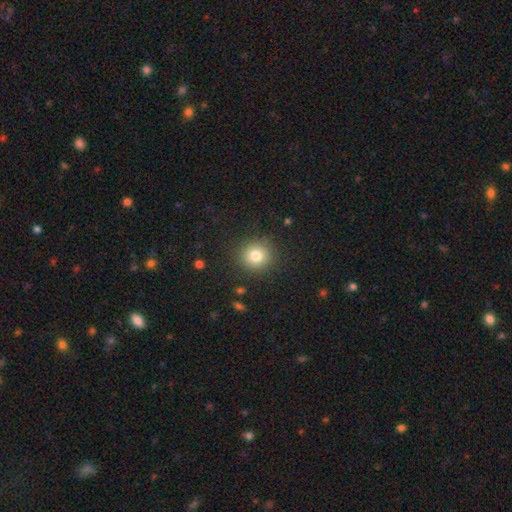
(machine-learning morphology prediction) Q: Smooth or featured?
A: smooth (81%); runner-up: star or artifact (12%)
Q: How rounded?
A: round (92%); runner-up: in between (7%)
Q: Merging?
A: none (89%); runner-up: minor disturbance (7%)